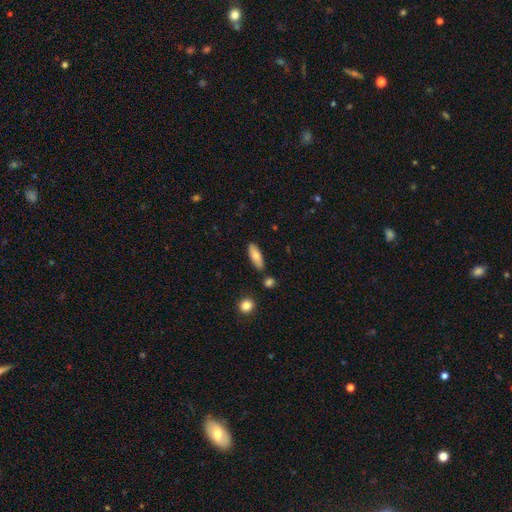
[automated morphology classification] Smooth or featured: smooth — 77% (featured or disk — 16%)
How rounded: in between — 68% (cigar-shaped — 30%)
Merging: none — 83% (minor disturbance — 11%)